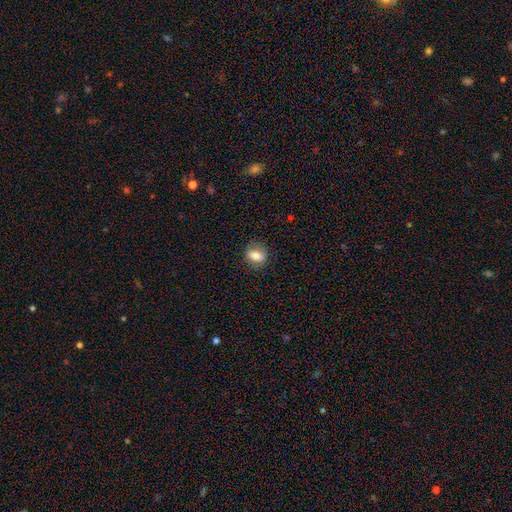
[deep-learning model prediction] smooth_or_featured: smooth (p=0.73) [alt: featured or disk p=0.18]
how_rounded: in between (p=0.60) [alt: round p=0.38]
merging: none (p=0.80) [alt: minor disturbance p=0.14]